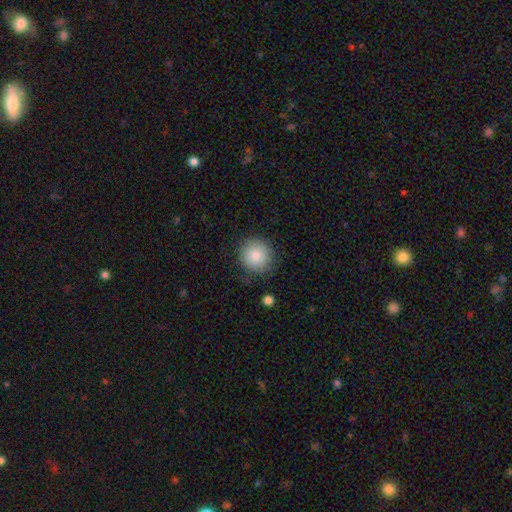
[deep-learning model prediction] A smooth galaxy with no disk features (86%) that is round (93%). Merging: none (83%).